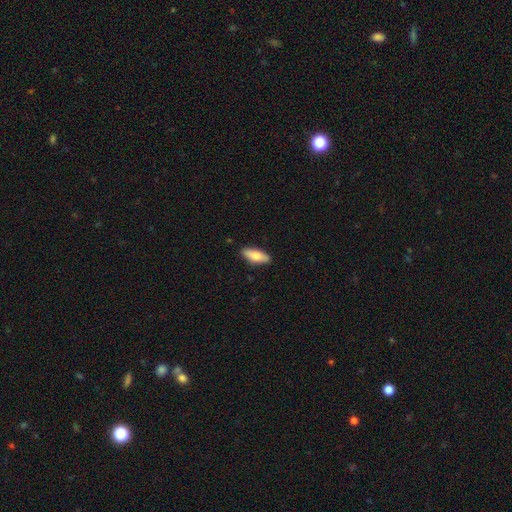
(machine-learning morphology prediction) Smooth or featured: smooth — 74% (featured or disk — 20%)
How rounded: in between — 70% (cigar-shaped — 28%)
Merging: none — 88% (minor disturbance — 9%)